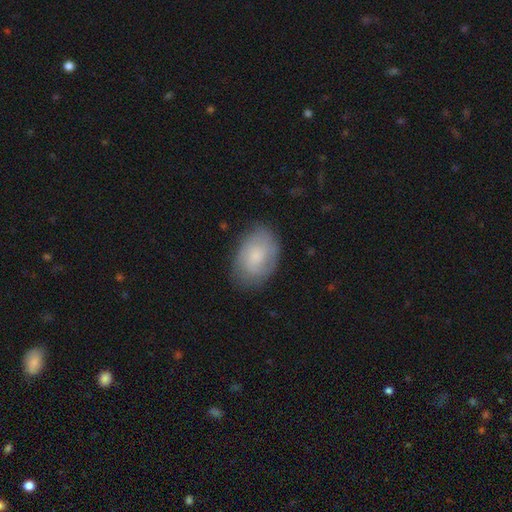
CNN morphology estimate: Smooth or featured? Predicted: smooth (p=0.57). How rounded? Predicted: in between (p=0.85). Merging? Predicted: none (p=0.76).